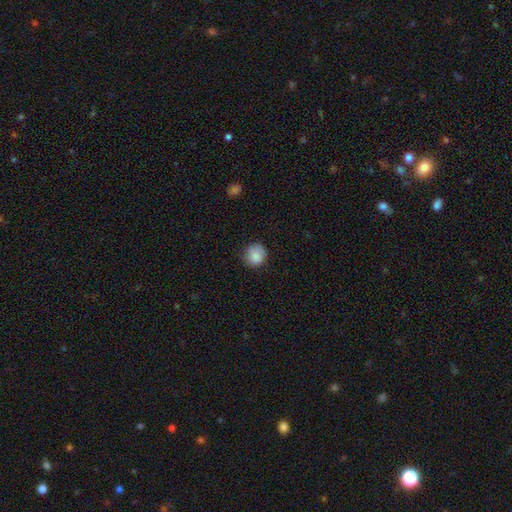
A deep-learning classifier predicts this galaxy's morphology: smooth-or-featured: smooth: 86% | star or artifact: 8% | featured or disk: 5%
  how-rounded: round: 87% | in between: 12% | cigar-shaped: 1%
  merging: none: 78% | minor disturbance: 17% | major disturbance: 3% | merger: 1%